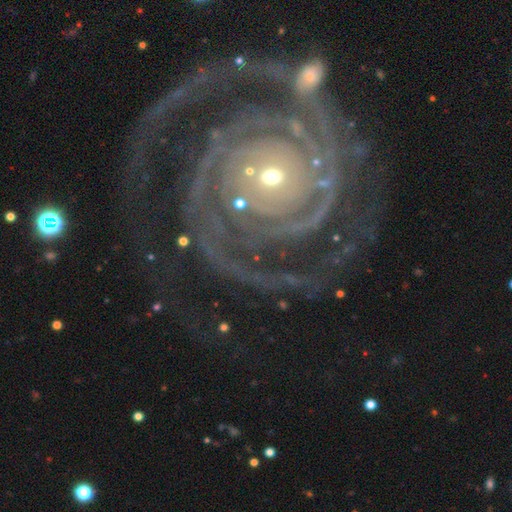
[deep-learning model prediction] This is clearly a featured or disk galaxy (91%). It is clearly not viewed edge-on (98%). Bar: likely no (78%). Spiral arm pattern: clearly yes (98%). Spiral arm count: marginally 2 (43%). Spiral winding: likely tight (79%). Central bulge: likely small (71%). Merging: likely none (62%).